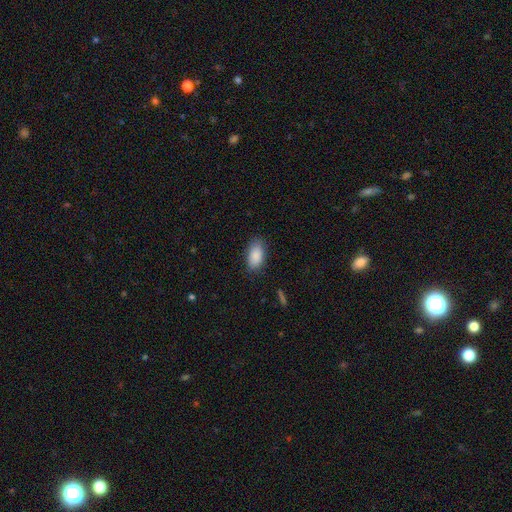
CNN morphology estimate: A smooth galaxy with no disk features (89%) that is in between round and cigar-shaped (93%).

Vote fractions:
- Smooth or featured? smooth: 89% / star or artifact: 6% / featured or disk: 4%
- How rounded? in between: 93% / cigar-shaped: 4% / round: 3%
- Merging? none: 84% / minor disturbance: 12% / major disturbance: 3% / merger: 1%